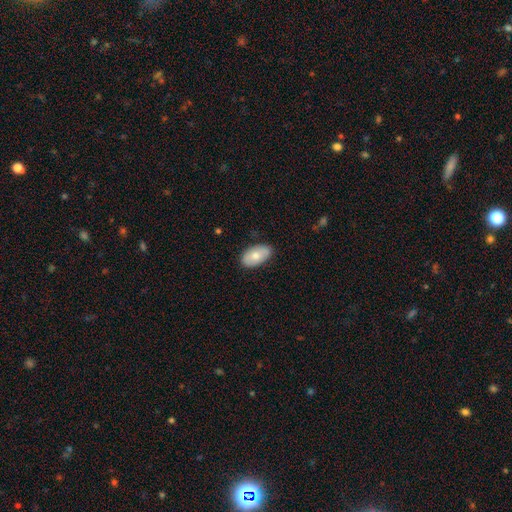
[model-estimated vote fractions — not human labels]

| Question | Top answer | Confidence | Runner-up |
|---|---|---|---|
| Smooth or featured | smooth | 70% | featured or disk (24%) |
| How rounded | in between | 94% | round (4%) |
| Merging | none | 84% | minor disturbance (13%) |